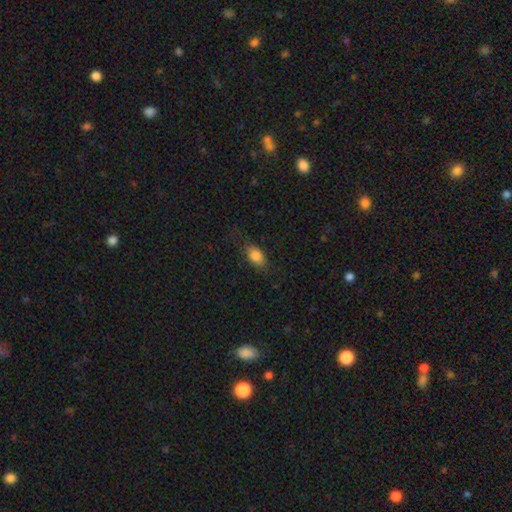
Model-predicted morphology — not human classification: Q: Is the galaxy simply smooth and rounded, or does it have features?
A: smooth — 81%.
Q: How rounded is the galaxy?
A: in between — 84%.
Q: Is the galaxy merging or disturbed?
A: none — 73%.